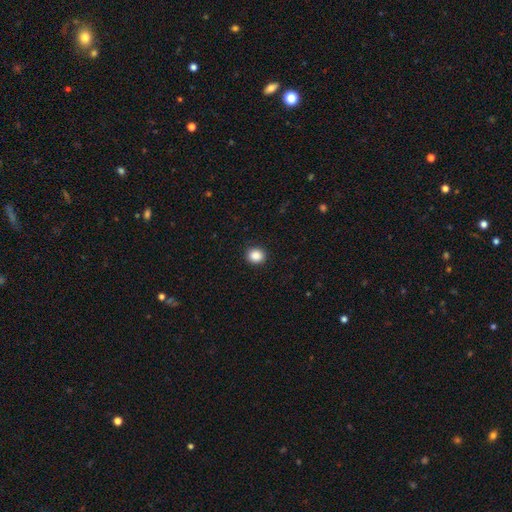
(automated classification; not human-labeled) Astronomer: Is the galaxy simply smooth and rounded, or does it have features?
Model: smooth — 88%.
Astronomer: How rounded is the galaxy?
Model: round — 78%.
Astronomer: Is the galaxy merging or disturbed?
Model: none — 91%.